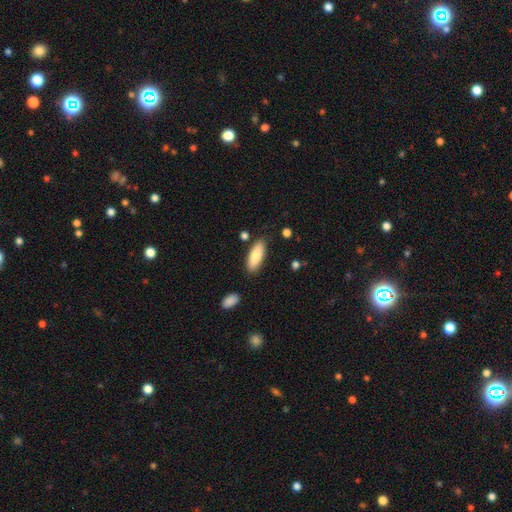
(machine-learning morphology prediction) This is clearly a smooth galaxy (84%). How rounded: likely in between (70%). Merging: clearly none (83%).